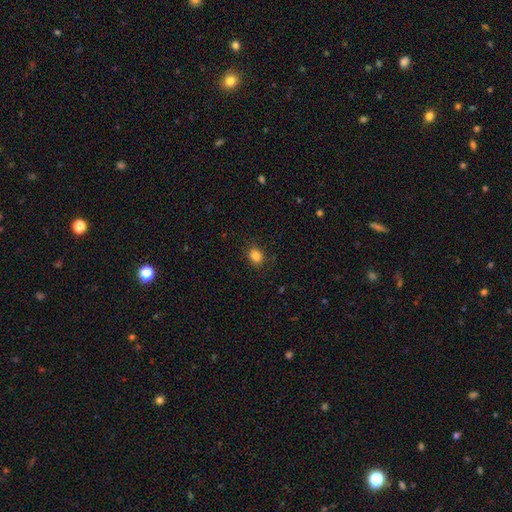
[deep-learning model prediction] A smooth galaxy with no disk features (85%) that is round (52%).

Vote fractions:
- Smooth or featured? smooth: 85% / star or artifact: 11% / featured or disk: 4%
- How rounded? round: 52% / in between: 47% / cigar-shaped: 1%
- Merging? none: 87% / minor disturbance: 10% / major disturbance: 3% / merger: 1%